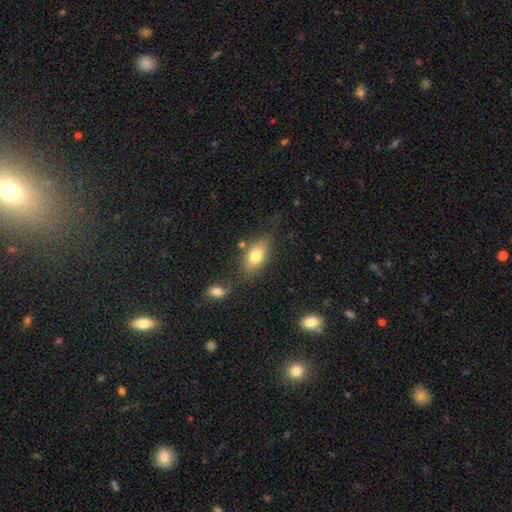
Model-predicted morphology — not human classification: A smooth galaxy with no disk features (76%) that is in between round and cigar-shaped (85%).

Vote fractions:
- Smooth or featured? smooth: 76% / featured or disk: 16% / star or artifact: 8%
- How rounded? in between: 85% / round: 11% / cigar-shaped: 4%
- Merging? none: 66% / minor disturbance: 16% / merger: 12% / major disturbance: 6%